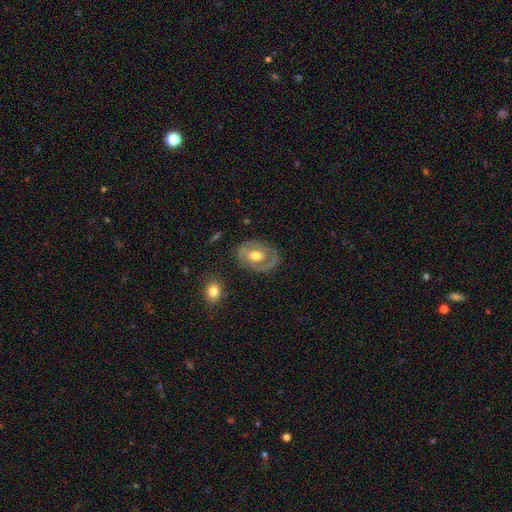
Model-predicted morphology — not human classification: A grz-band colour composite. It shows a featured or disk galaxy (62%) with no bar (60%), no spiral arms (55%) and a moderate central bulge (69%). Merging: none (77%).